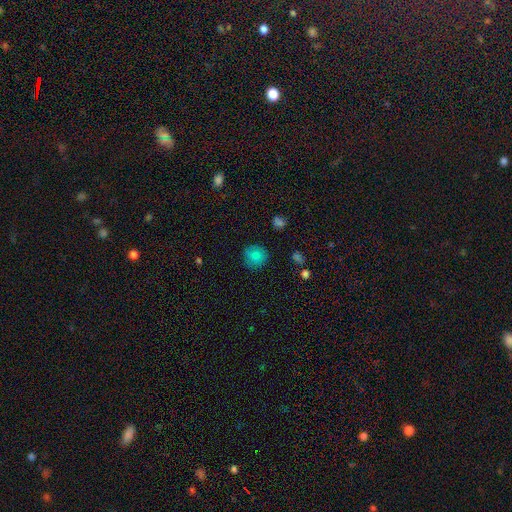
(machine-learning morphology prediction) This is clearly a smooth galaxy (82%). How rounded: clearly round (91%). Merging: clearly none (84%).